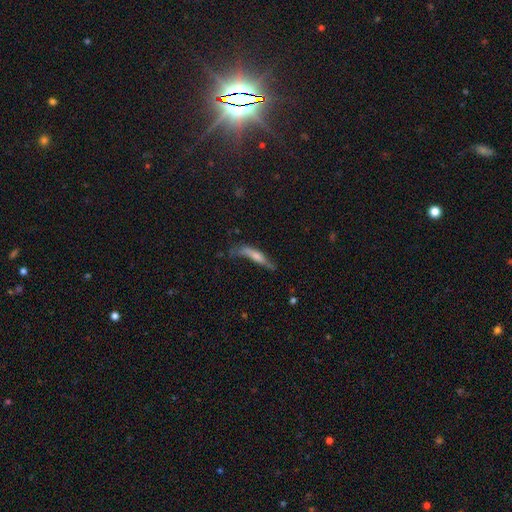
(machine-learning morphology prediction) A featured or disk galaxy (46%). Merging: none (39%).